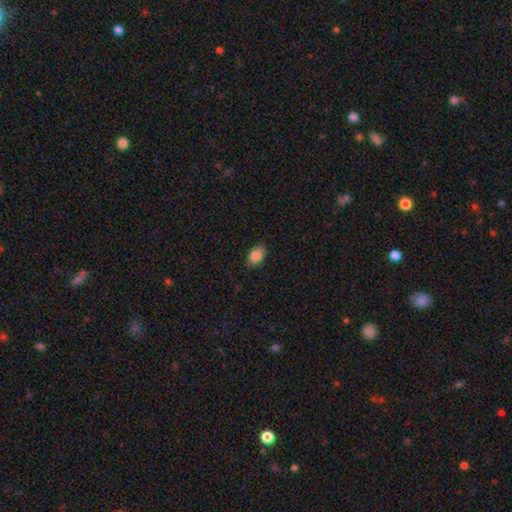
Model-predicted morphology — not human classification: The model was most divided on "merging": none: 84%, minor disturbance: 12%, major disturbance: 3%, merger: 1%. More confident: how rounded — in between (88%); smooth or featured — smooth (85%).